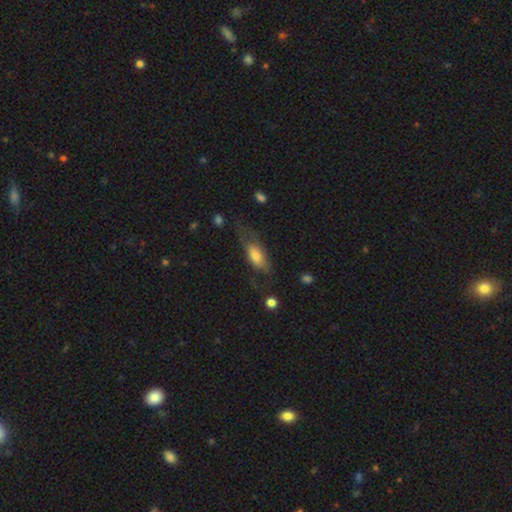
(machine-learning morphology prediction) smooth-or-featured: smooth: 59% | featured or disk: 34% | star or artifact: 7%
  how-rounded: in between: 79% | cigar-shaped: 18% | round: 3%
  merging: none: 44% | major disturbance: 28% | minor disturbance: 25% | merger: 3%